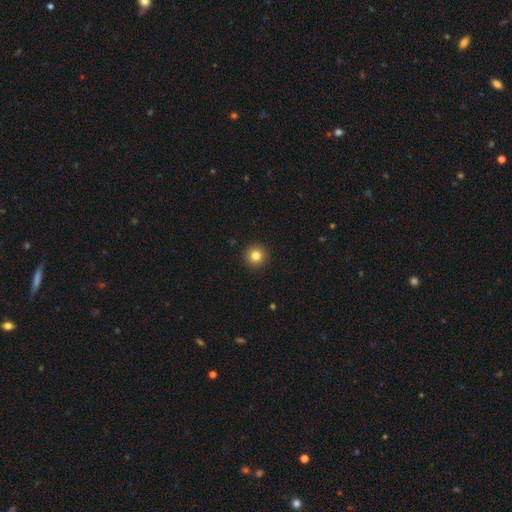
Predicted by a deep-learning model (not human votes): A smooth galaxy with no disk features (82%) that is round (96%).

Vote fractions:
- Smooth or featured? smooth: 82% / star or artifact: 11% / featured or disk: 7%
- How rounded? round: 96% / in between: 3% / cigar-shaped: 1%
- Merging? none: 93% / minor disturbance: 4% / major disturbance: 2% / merger: 1%